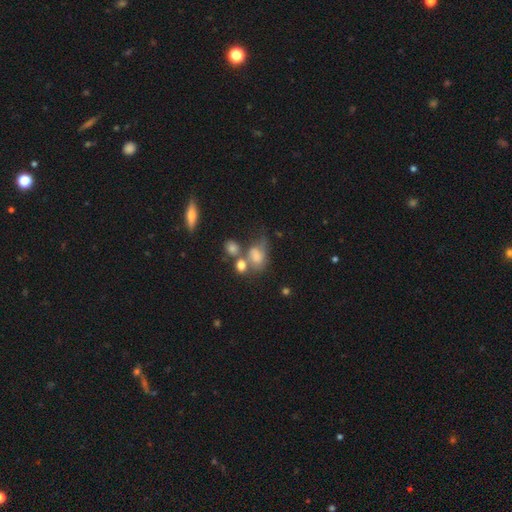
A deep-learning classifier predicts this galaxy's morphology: type=smooth (61%); roundness=in between (67%); merging=merger (34%).